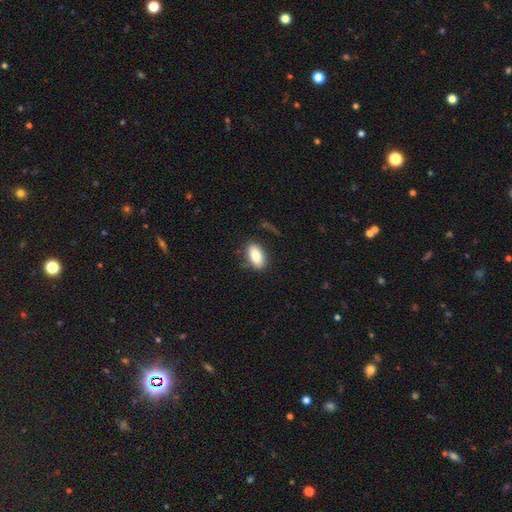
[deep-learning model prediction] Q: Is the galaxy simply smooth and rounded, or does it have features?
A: smooth — 85%.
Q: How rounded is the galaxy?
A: in between — 92%.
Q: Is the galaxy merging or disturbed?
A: none — 80%.